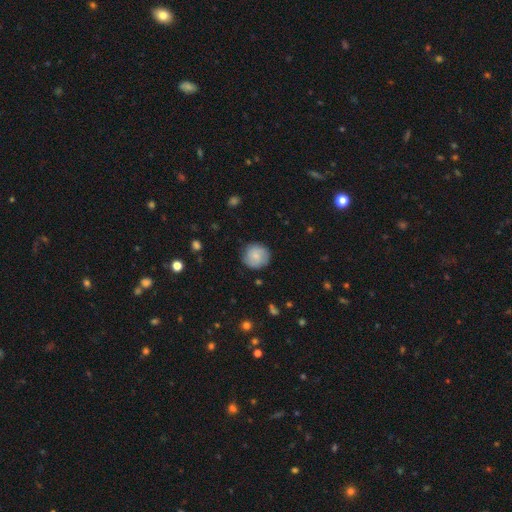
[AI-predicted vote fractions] Morphology: type=smooth (74%); roundness=round (92%); merging=none (84%).